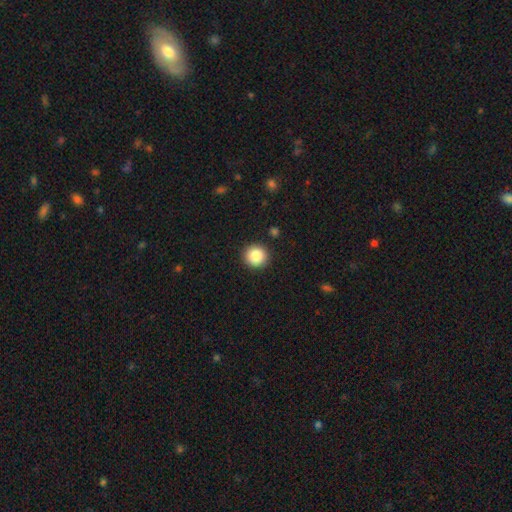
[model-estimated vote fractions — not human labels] This appears to be a smooth galaxy with no disk features (87%) that is round (93%). Merging: none (91%).